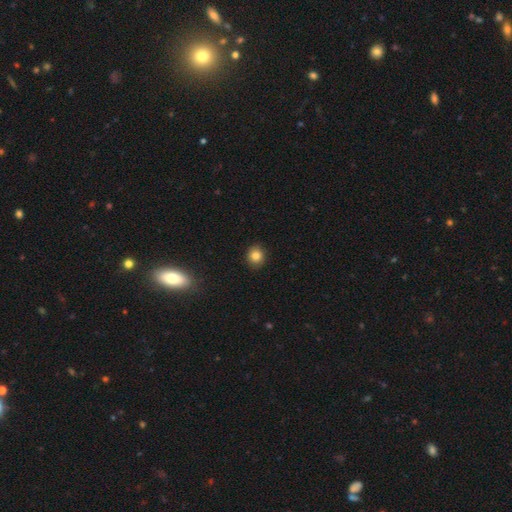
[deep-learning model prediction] Overall: smooth (83%). How rounded: round (84%). Merging: none (91%).